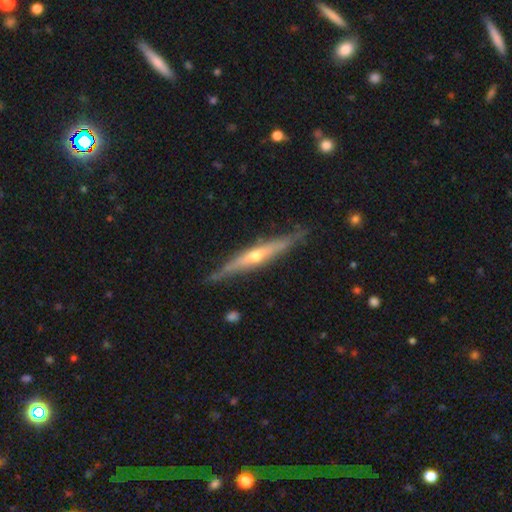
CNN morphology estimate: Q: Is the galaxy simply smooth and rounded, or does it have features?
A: featured or disk — 75%.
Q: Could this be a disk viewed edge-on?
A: yes — 95%.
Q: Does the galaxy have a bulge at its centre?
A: rounded — 81%.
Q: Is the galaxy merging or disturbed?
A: none — 84%.